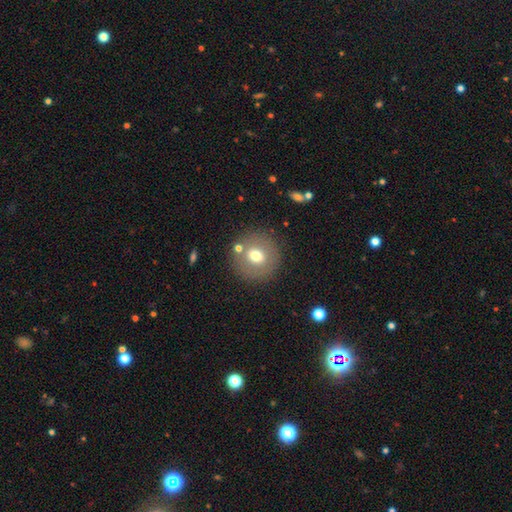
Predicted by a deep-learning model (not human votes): Smooth or featured: smooth — 67% (featured or disk — 22%)
How rounded: round — 92% (in between — 7%)
Merging: none — 83% (minor disturbance — 8%)